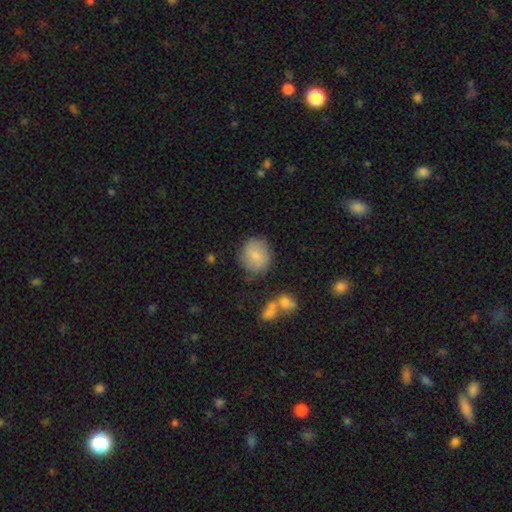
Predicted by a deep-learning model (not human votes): This appears to be a smooth galaxy with no disk features (75%) that is round (83%). Merging: none (76%).